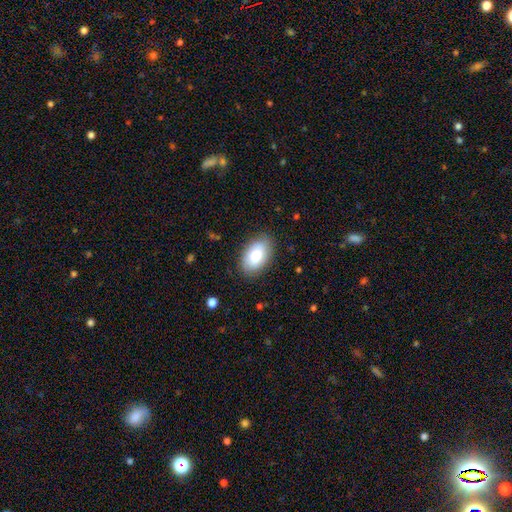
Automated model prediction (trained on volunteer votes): Overall: smooth (81%). How rounded: in between (93%). Merging: none (84%).